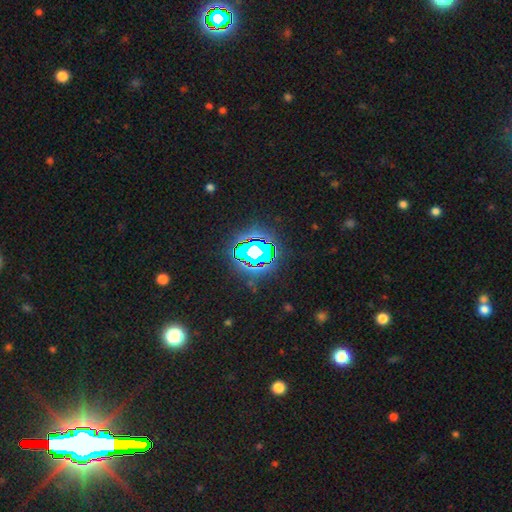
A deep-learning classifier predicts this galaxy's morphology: star or artifact 74%, smooth 15%, featured or disk 11%.